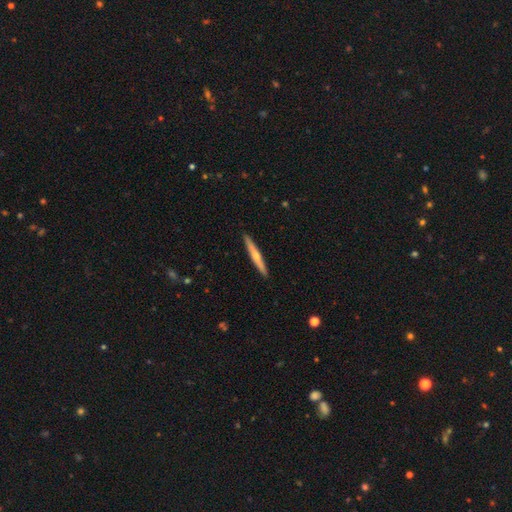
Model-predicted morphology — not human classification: Smooth or featured?
  - featured or disk: 63% *
  - smooth: 31%
  - star or artifact: 6%
Edge-on disk?
  - yes: 96% *
  - no: 4%
Edge-on bulge?
  - rounded: 83% *
  - none: 15%
  - boxy: 2%
Merging?
  - none: 91% *
  - minor disturbance: 6%
  - major disturbance: 1%
  - merger: 1%